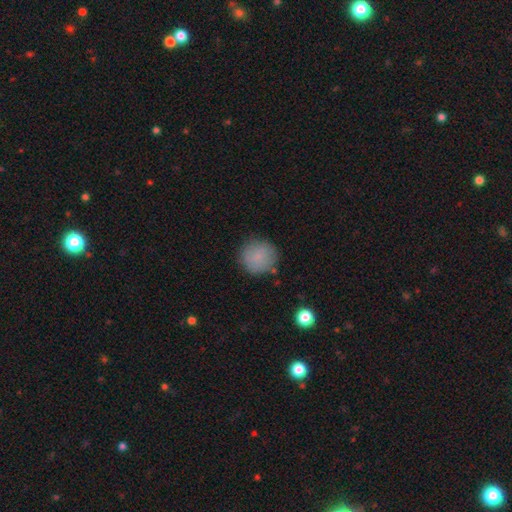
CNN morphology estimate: smooth-or-featured: smooth: 85% | star or artifact: 9% | featured or disk: 7%
  how-rounded: round: 93% | in between: 6% | cigar-shaped: 1%
  merging: none: 83% | minor disturbance: 12% | major disturbance: 3% | merger: 2%